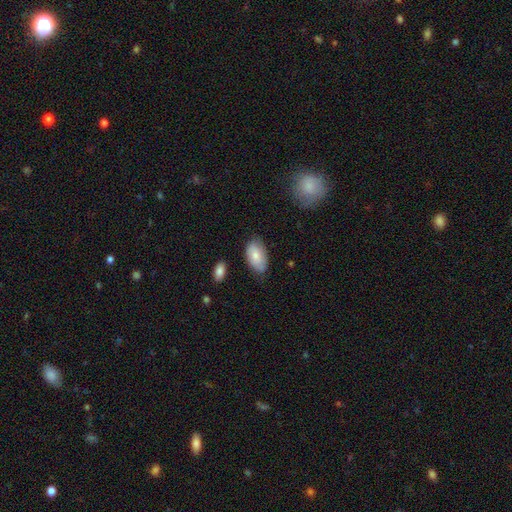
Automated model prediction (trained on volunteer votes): smooth_or_featured: smooth (p=0.78) [alt: featured or disk p=0.16]
how_rounded: in between (p=0.94) [alt: round p=0.04]
merging: none (p=0.72) [alt: minor disturbance p=0.22]